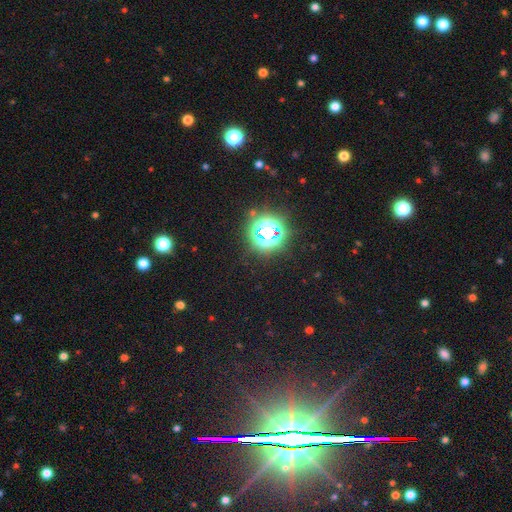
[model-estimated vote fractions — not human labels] smooth-or-featured: star or artifact: 79% | smooth: 13% | featured or disk: 8%